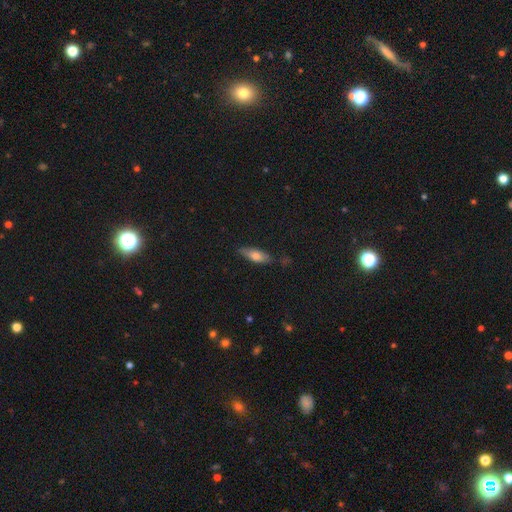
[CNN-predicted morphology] Overall: smooth (68%). How rounded: in between (60%; cigar-shaped 38%). Merging: none (77%).